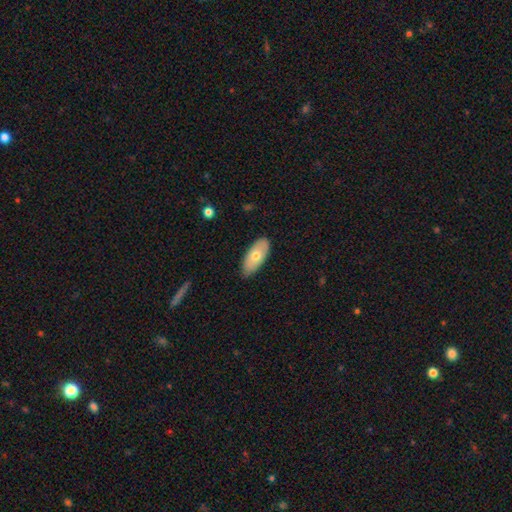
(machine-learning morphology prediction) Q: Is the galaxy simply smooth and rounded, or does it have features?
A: smooth — 64%.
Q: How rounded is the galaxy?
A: in between — 90%.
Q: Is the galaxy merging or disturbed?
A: none — 83%.